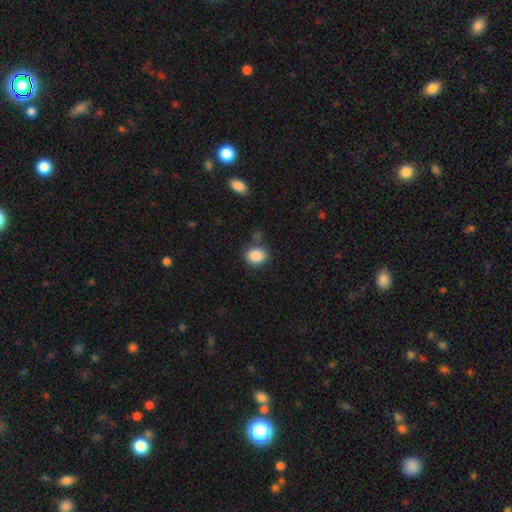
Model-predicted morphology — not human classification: A smooth galaxy with no disk features (88%) that is round (61%). Merging: none (74%).